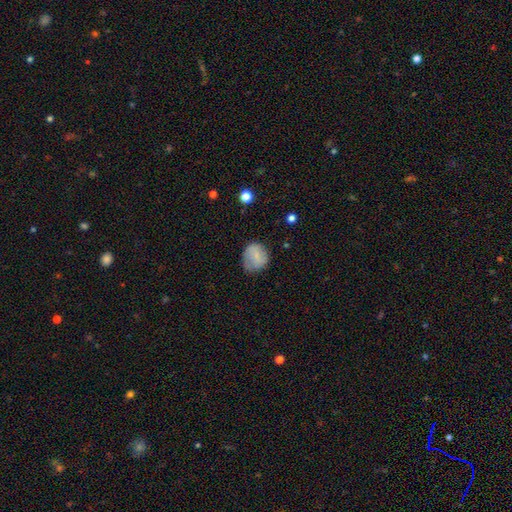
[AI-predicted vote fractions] smooth 76%, featured or disk 15%, star or artifact 9%. Down the decision tree: how rounded — round (75%); merging — none (63%).